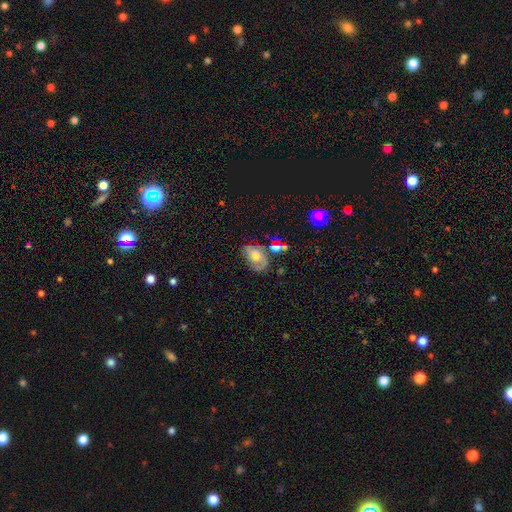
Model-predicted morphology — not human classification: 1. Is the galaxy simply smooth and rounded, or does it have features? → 52% smooth, 36% featured or disk, 12% star or artifact.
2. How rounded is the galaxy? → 84% in between, 14% round, 2% cigar-shaped.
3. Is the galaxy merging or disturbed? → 55% none, 28% minor disturbance, 10% major disturbance, 8% merger.